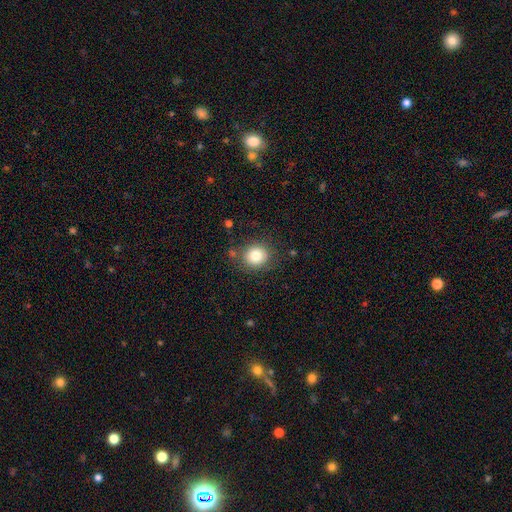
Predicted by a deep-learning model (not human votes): Overall: smooth (79%). How rounded: round (86%). Merging: none (82%).